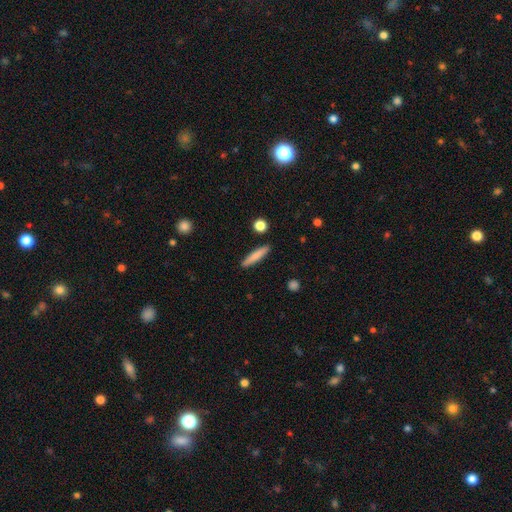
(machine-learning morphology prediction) Overall: smooth (79%). How rounded: cigar-shaped (89%). Merging: none (90%).